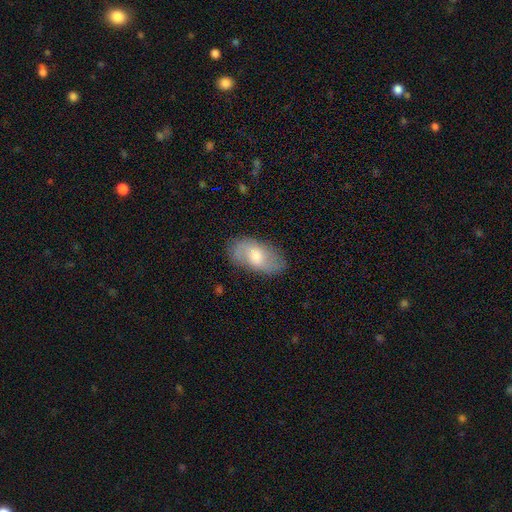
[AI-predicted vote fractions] smooth 51%, featured or disk 42%, star or artifact 7%. Down the decision tree: how rounded — in between (93%); merging — none (74%).